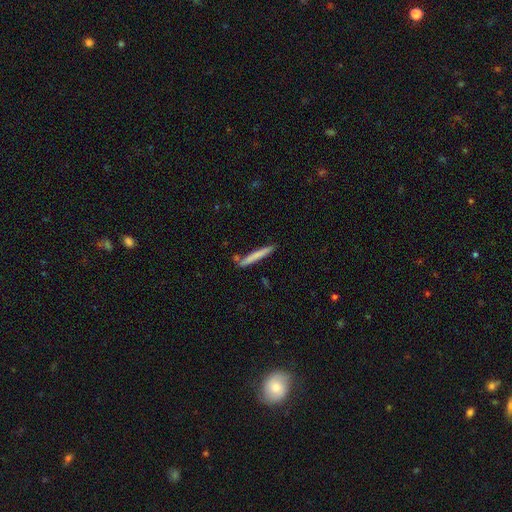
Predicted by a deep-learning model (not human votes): A smooth galaxy with no disk features (70%) that is cigar-shaped (96%). Merging: none (82%).